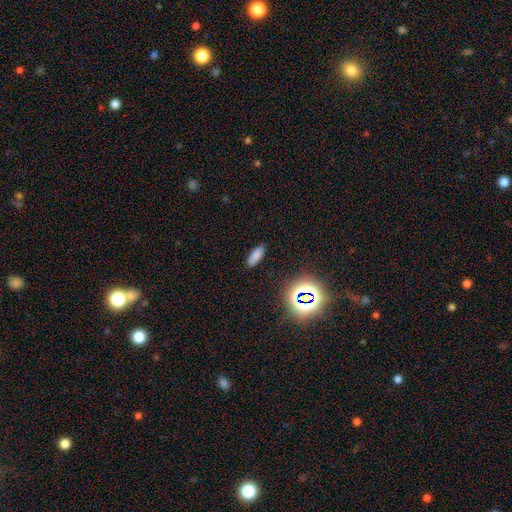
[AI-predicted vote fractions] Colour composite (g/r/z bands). It shows a smooth galaxy with no disk features (77%) that is in between round and cigar-shaped (63%). Merging: none (88%).